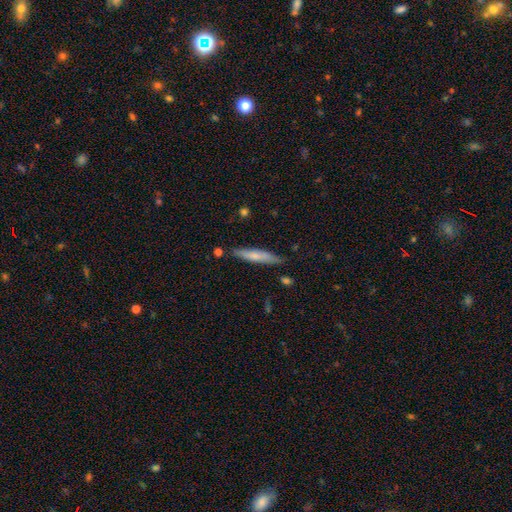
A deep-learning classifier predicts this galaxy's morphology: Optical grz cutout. It shows a smooth galaxy with no disk features (64%) that is cigar-shaped (91%). Merging: none (82%).